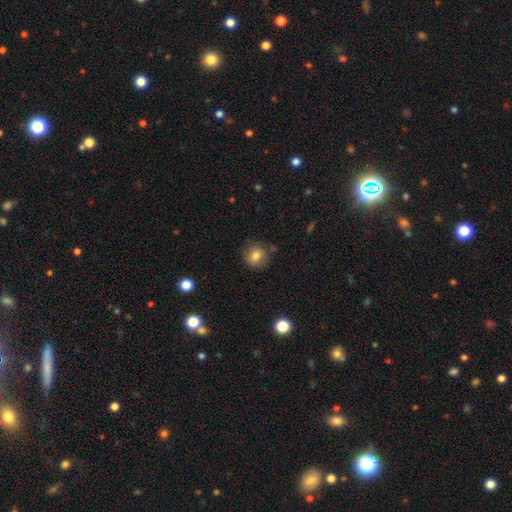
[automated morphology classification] Smooth or featured? smooth (78%)
How rounded? round (85%)
Merging? none (79%)